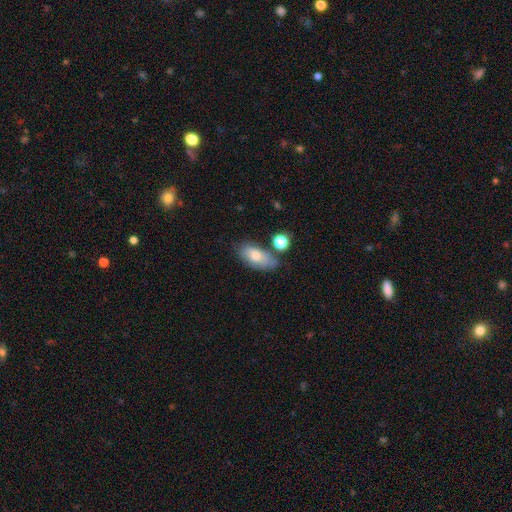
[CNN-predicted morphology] The model was most divided on "merging": none: 59%, minor disturbance: 23%, merger: 11%, major disturbance: 7%. More confident: how rounded — in between (89%); smooth or featured — smooth (72%).